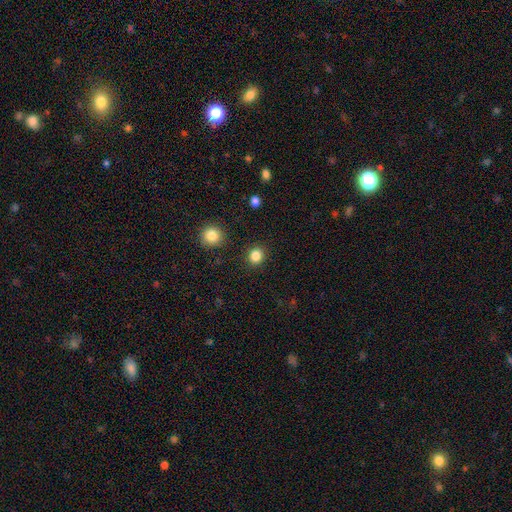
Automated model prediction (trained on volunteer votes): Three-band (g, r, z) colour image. It shows a smooth galaxy with no disk features (84%) that is round (85%). Merging: none (90%).